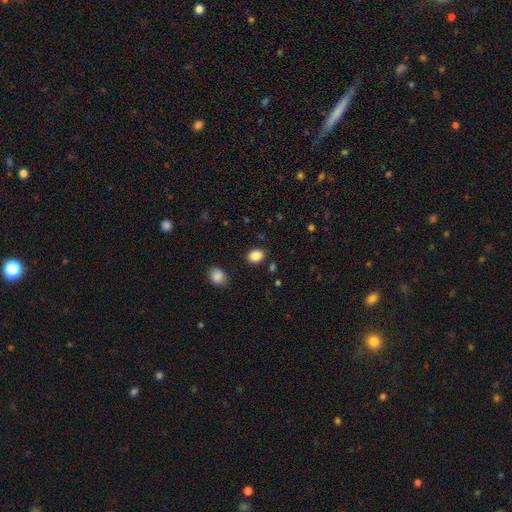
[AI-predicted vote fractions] smooth_or_featured: smooth (p=0.86) [alt: star or artifact p=0.10]
how_rounded: in between (p=0.55) [alt: round p=0.44]
merging: none (p=0.85) [alt: minor disturbance p=0.09]